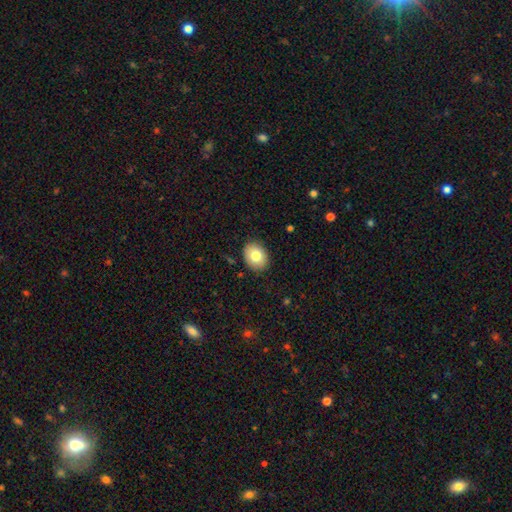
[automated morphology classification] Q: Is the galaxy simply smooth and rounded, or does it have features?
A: smooth — 78%.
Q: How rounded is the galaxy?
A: in between — 54%.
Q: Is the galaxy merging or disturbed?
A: none — 88%.